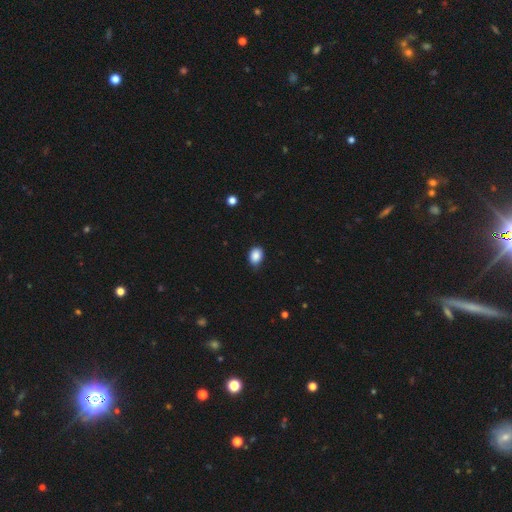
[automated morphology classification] This appears to be a smooth galaxy with no disk features (88%) that is in between round and cigar-shaped (67%). Merging: none (76%).